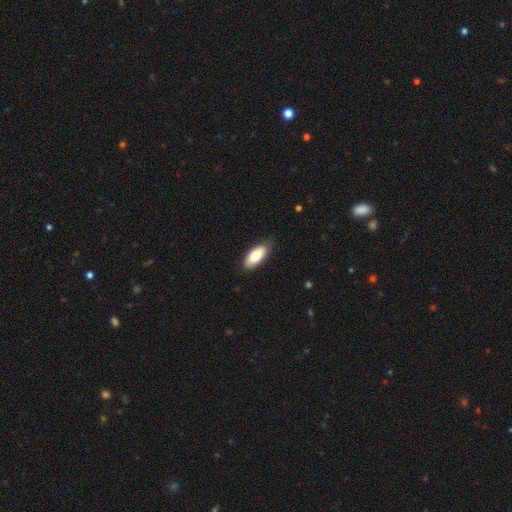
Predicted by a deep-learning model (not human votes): Smooth or featured? smooth (81%)
How rounded? in between (86%)
Merging? none (84%)